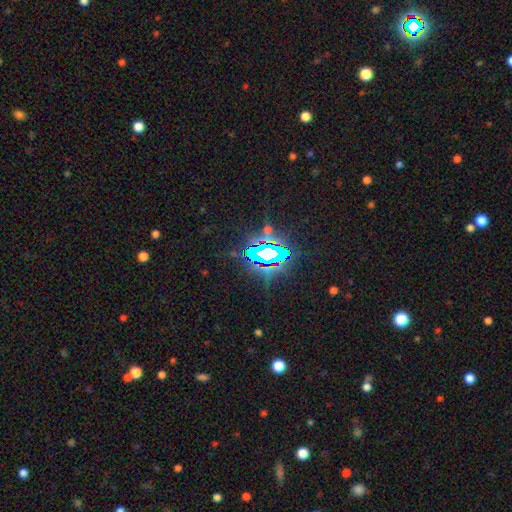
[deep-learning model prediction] smooth_or_featured: star or artifact (p=0.74) [alt: smooth p=0.14]